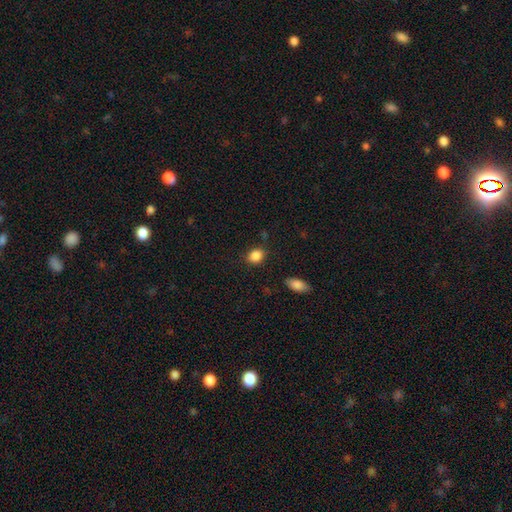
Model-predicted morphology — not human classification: smooth_or_featured: smooth (p=0.87) [alt: star or artifact p=0.09]
how_rounded: in between (p=0.56) [alt: round p=0.42]
merging: none (p=0.82) [alt: minor disturbance p=0.12]